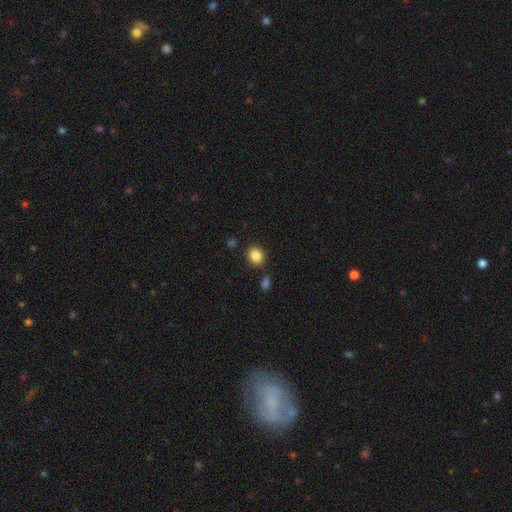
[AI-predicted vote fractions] smooth 87%, star or artifact 9%, featured or disk 4%. Down the decision tree: how rounded — round (64%); merging — none (83%).